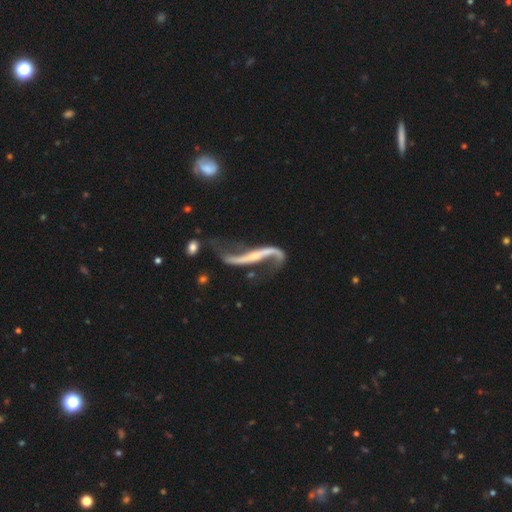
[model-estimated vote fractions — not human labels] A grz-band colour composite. It shows a featured or disk galaxy (82%) with a strong bar (45%), spiral arms (86%) and a small central bulge (50%). Merging: none (45%).